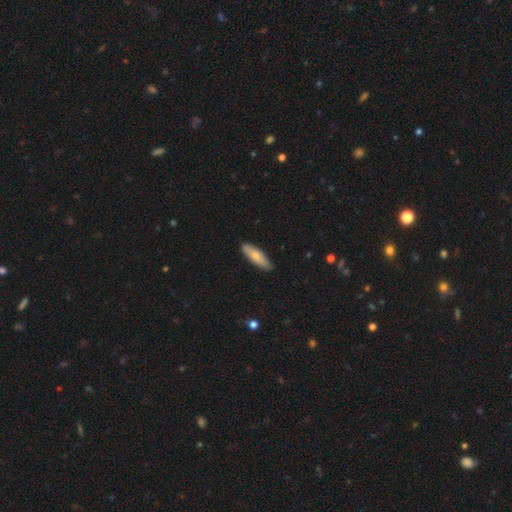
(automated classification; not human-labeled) The model was most divided on "how rounded": cigar-shaped: 51%, in between: 47%, round: 2%. More confident: merging — none (83%); smooth or featured — smooth (73%).